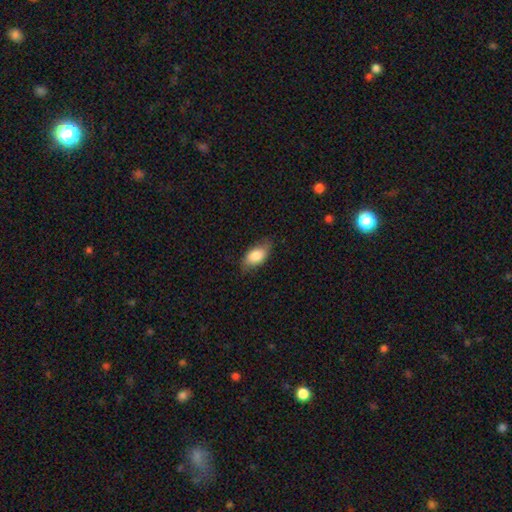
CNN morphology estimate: A smooth galaxy with no disk features (82%) that is in between round and cigar-shaped (90%).

Vote fractions:
- Smooth or featured? smooth: 82% / featured or disk: 12% / star or artifact: 7%
- How rounded? in between: 90% / round: 5% / cigar-shaped: 5%
- Merging? none: 75% / minor disturbance: 20% / major disturbance: 4% / merger: 1%